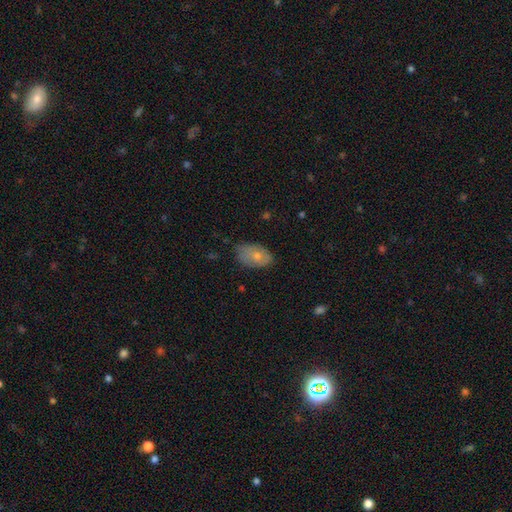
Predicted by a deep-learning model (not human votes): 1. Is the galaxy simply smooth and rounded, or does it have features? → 73% smooth, 20% featured or disk, 7% star or artifact.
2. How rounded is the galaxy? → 91% in between, 8% round, 2% cigar-shaped.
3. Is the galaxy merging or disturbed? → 67% none, 26% minor disturbance, 5% major disturbance, 1% merger.